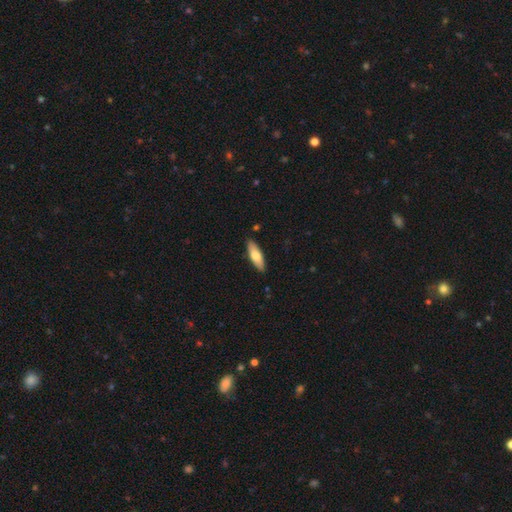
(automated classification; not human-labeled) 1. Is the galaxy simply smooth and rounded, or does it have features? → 69% smooth, 26% featured or disk, 5% star or artifact.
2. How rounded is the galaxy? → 50% cigar-shaped, 48% in between, 2% round.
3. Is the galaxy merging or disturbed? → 89% none, 9% minor disturbance, 2% major disturbance, 1% merger.